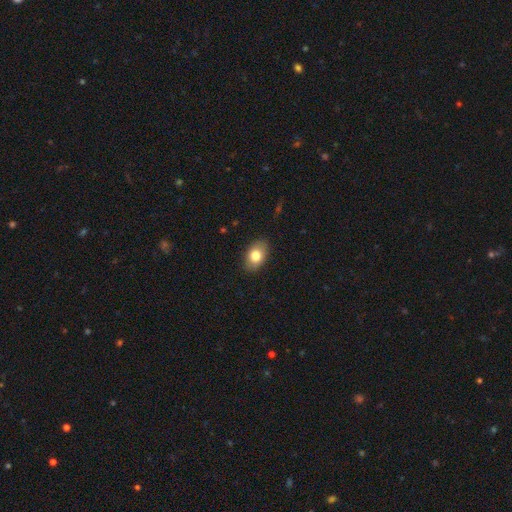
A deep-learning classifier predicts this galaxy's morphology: Overall: smooth (80%). How rounded: in between (85%). Merging: none (86%).